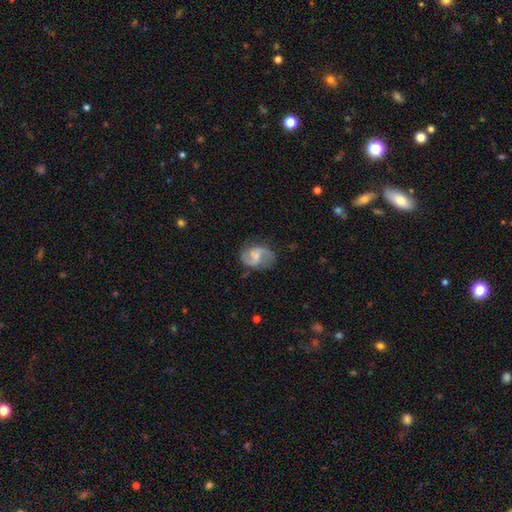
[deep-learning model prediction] Smooth or featured? featured or disk (78%)
Edge-on disk? no (98%)
Bar? weak (54%)
Spiral arms? yes (95%)
Spiral winding? medium (49%)
Spiral arm count? 2 (91%)
Bulge size? small (45%)
Merging? none (76%)